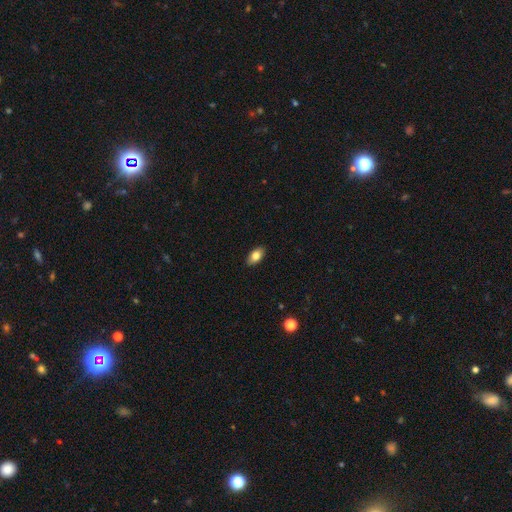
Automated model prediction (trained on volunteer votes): A smooth galaxy with no disk features (83%) that is in between round and cigar-shaped (92%).

Vote fractions:
- Smooth or featured? smooth: 83% / featured or disk: 10% / star or artifact: 7%
- How rounded? in between: 92% / round: 5% / cigar-shaped: 3%
- Merging? none: 89% / minor disturbance: 8% / major disturbance: 2% / merger: 1%